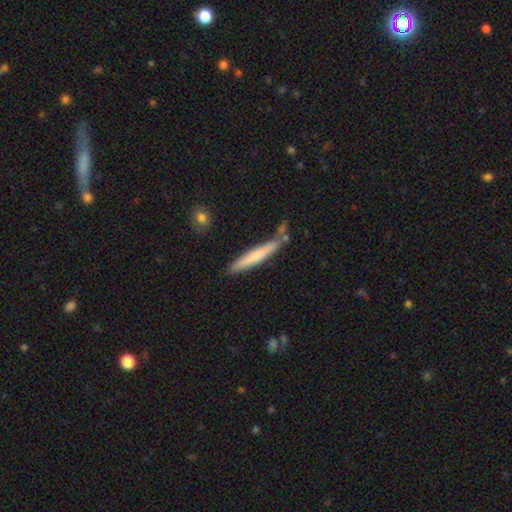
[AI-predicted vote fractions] Smooth or featured? Predicted: smooth (p=0.65). How rounded? Predicted: cigar-shaped (p=0.95). Merging? Predicted: none (p=0.74).